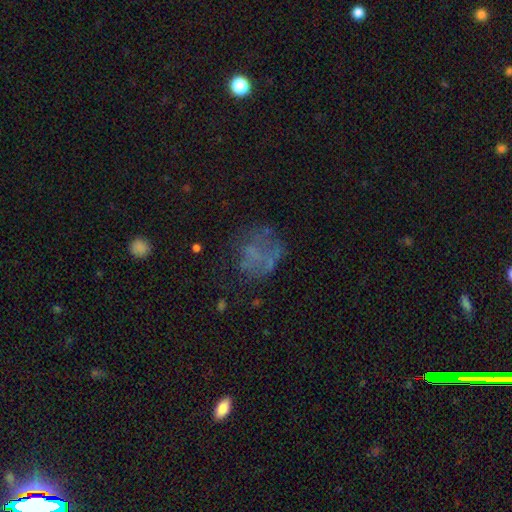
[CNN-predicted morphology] This is marginally a featured or disk galaxy (39%, tied with smooth). Merging: possibly none (50%).